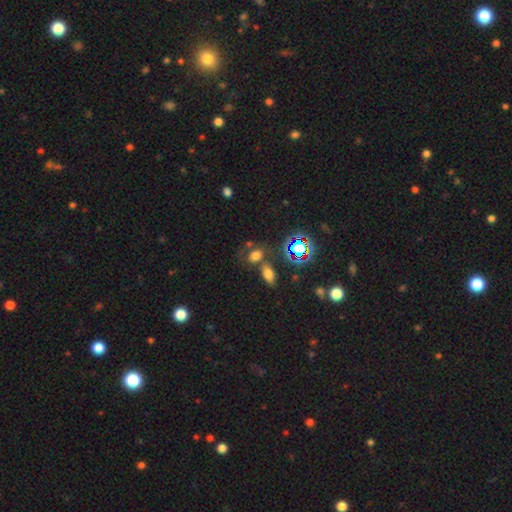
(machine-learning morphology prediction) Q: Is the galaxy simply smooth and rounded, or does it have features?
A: smooth — 62%.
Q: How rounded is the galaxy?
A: in between — 71%.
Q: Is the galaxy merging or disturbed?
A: none — 53%.